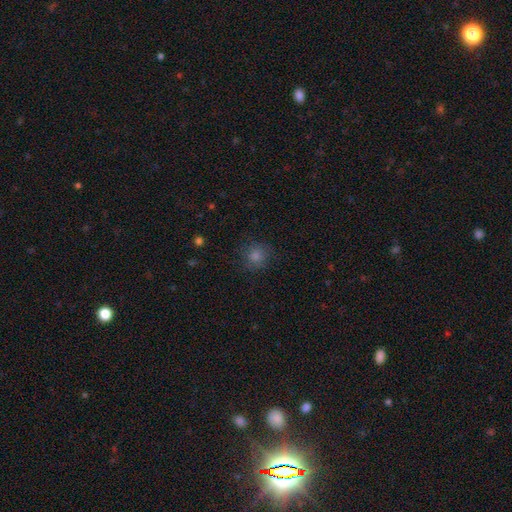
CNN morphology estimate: Q: Smooth or featured?
A: smooth (73%); runner-up: star or artifact (20%)
Q: How rounded?
A: round (92%); runner-up: in between (7%)
Q: Merging?
A: none (86%); runner-up: minor disturbance (9%)